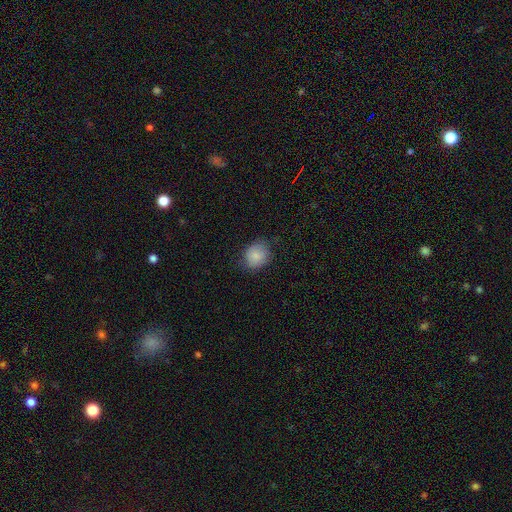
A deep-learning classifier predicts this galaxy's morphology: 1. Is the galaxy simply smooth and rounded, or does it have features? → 84% smooth, 8% featured or disk, 8% star or artifact.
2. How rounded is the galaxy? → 63% round, 36% in between, 1% cigar-shaped.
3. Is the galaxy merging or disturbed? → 73% none, 21% minor disturbance, 6% major disturbance, 1% merger.